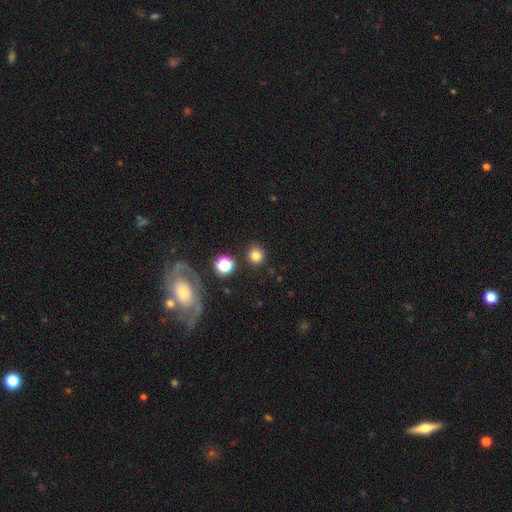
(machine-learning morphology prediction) A smooth galaxy with no disk features (79%) that is round (86%). Merging: none (85%).